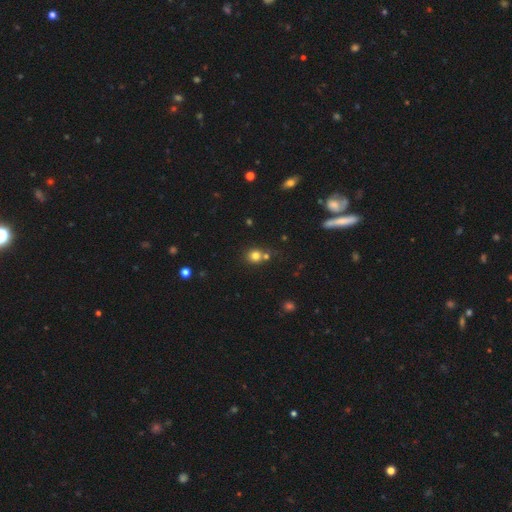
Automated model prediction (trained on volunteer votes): A smooth galaxy with no disk features (78%) that is round (85%). Merging: none (59%).